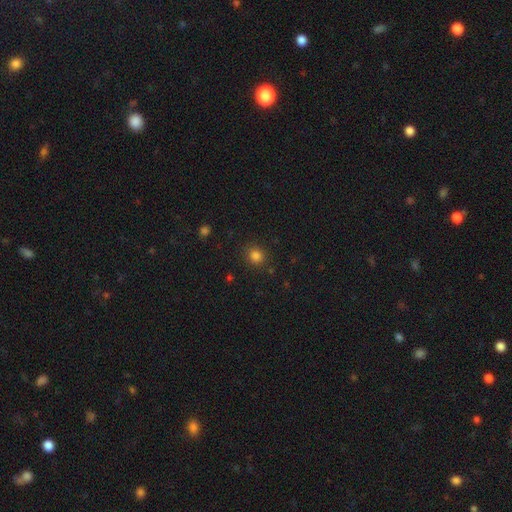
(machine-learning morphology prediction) The model was most divided on "how rounded": round: 83%, in between: 16%, cigar-shaped: 1%. More confident: merging — none (87%); smooth or featured — smooth (82%).